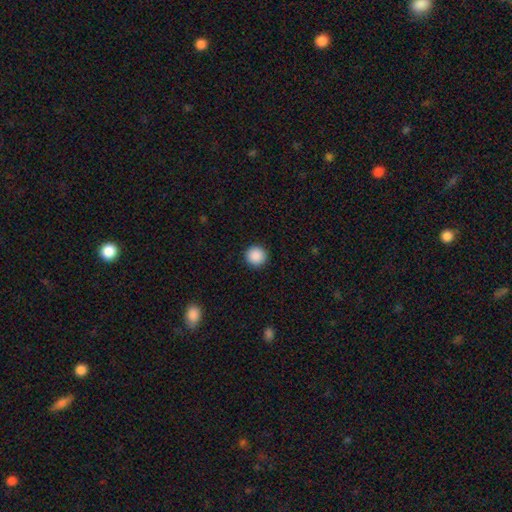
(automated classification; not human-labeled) Overall: smooth (89%). How rounded: round (96%). Merging: none (93%).